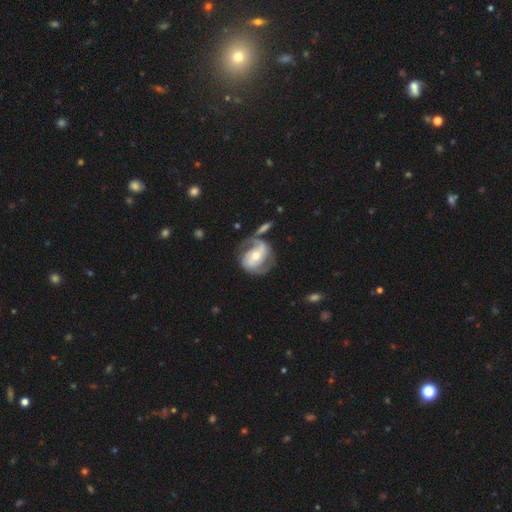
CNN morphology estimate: Smooth or featured: featured or disk — 83% (smooth — 12%)
Edge-on disk: no — 97% (yes — 3%)
Bar: strong — 40% (weak — 34%)
Spiral arms: yes — 91% (no — 9%)
Spiral winding: medium — 46% (tight — 33%)
Spiral arm count: 2 — 84% (can't tell — 6%)
Bulge size: moderate — 60% (small — 34%)
Merging: none — 61% (minor disturbance — 18%)